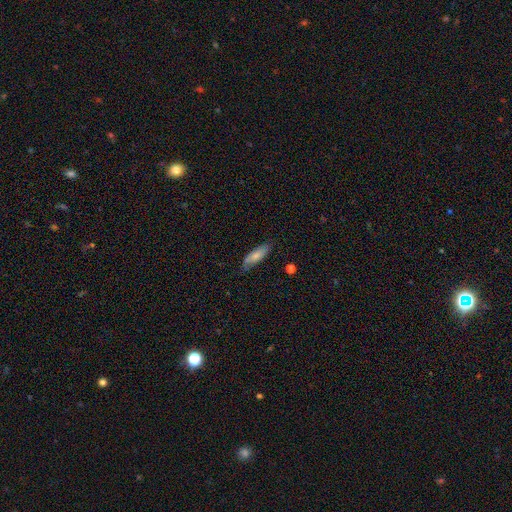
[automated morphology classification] Smooth or featured? Predicted: smooth (p=0.75). How rounded? Predicted: in between (p=0.54). Merging? Predicted: none (p=0.73).